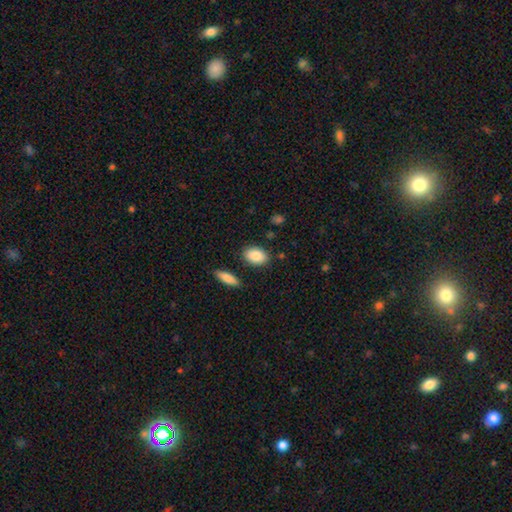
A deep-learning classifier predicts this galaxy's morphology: smooth 88%, star or artifact 7%, featured or disk 5%. Down the decision tree: how rounded — in between (87%); merging — none (84%).